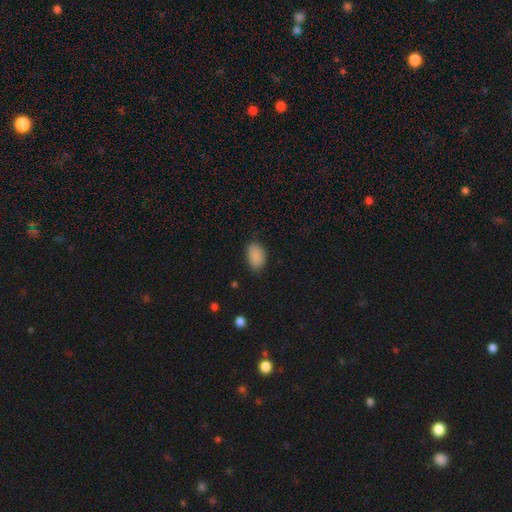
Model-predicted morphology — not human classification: A smooth galaxy with no disk features (87%) that is in between round and cigar-shaped (86%).

Vote fractions:
- Smooth or featured? smooth: 87% / star or artifact: 8% / featured or disk: 4%
- How rounded? in between: 86% / round: 13% / cigar-shaped: 1%
- Merging? none: 78% / minor disturbance: 17% / major disturbance: 4% / merger: 1%